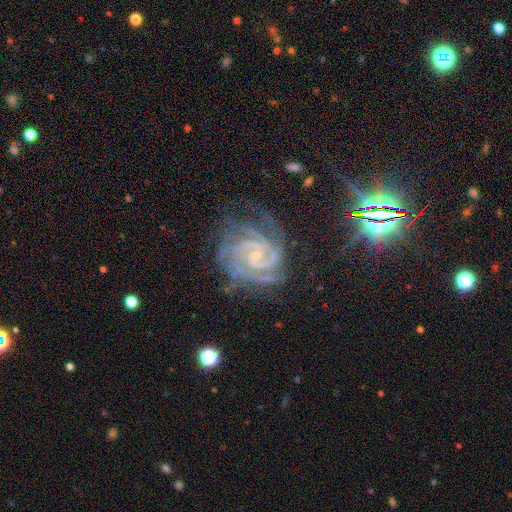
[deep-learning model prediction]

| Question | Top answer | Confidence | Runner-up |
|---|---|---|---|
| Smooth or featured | featured or disk | 90% | star or artifact (7%) |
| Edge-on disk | no | 98% | yes (2%) |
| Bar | no | 52% | weak (33%) |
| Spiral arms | yes | 99% | no (1%) |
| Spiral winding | tight | 74% | medium (23%) |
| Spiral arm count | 2 | 30% | 3 (28%) |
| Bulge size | small | 82% | moderate (11%) |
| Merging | none | 68% | minor disturbance (21%) |